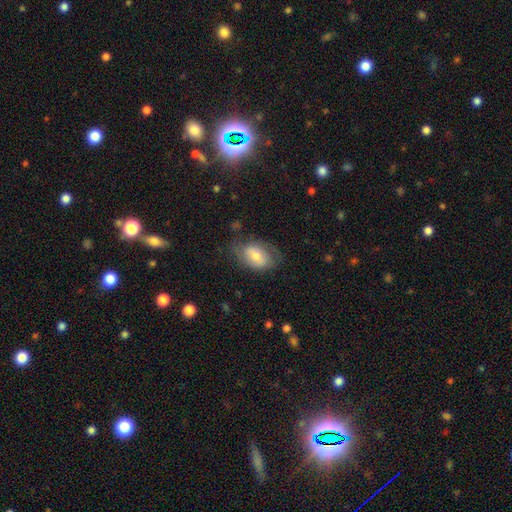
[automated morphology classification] The model was most divided on "smooth or featured": smooth: 60%, featured or disk: 32%, star or artifact: 8%. More confident: how rounded — in between (84%); merging — none (60%).